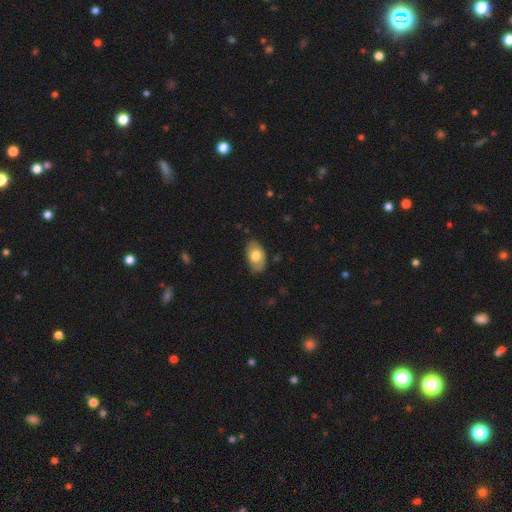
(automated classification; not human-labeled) Smooth or featured?
  - smooth: 72% *
  - featured or disk: 22%
  - star or artifact: 6%
How rounded?
  - in between: 92% *
  - round: 6%
  - cigar-shaped: 1%
Merging?
  - none: 81% *
  - minor disturbance: 15%
  - major disturbance: 3%
  - merger: 1%